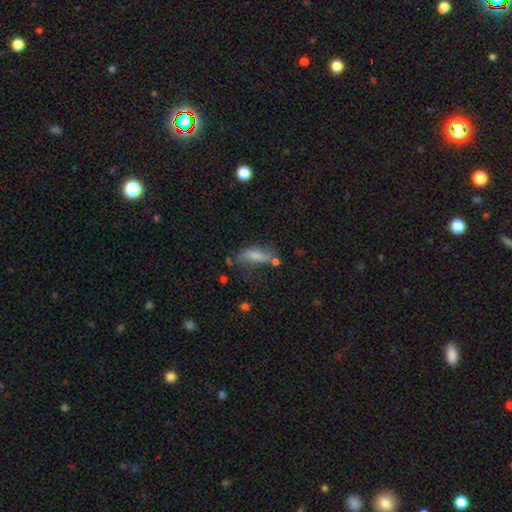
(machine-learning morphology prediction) This appears to be a smooth galaxy with no disk features (73%) that is in between round and cigar-shaped (67%). Merging: none (50%).